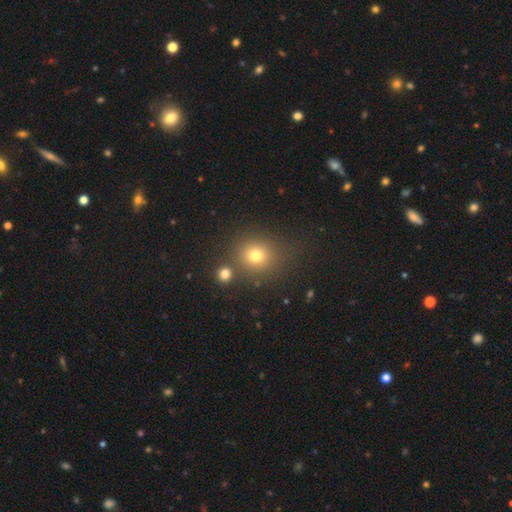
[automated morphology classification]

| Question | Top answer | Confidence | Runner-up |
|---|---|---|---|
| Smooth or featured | smooth | 73% | star or artifact (17%) |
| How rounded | round | 82% | in between (16%) |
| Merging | none | 75% | merger (10%) |